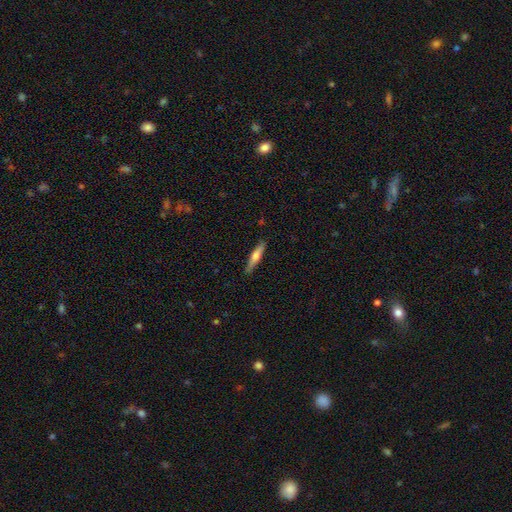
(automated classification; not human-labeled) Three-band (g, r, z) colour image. It shows a smooth galaxy with no disk features (51%) that is cigar-shaped (87%). Merging: none (86%).